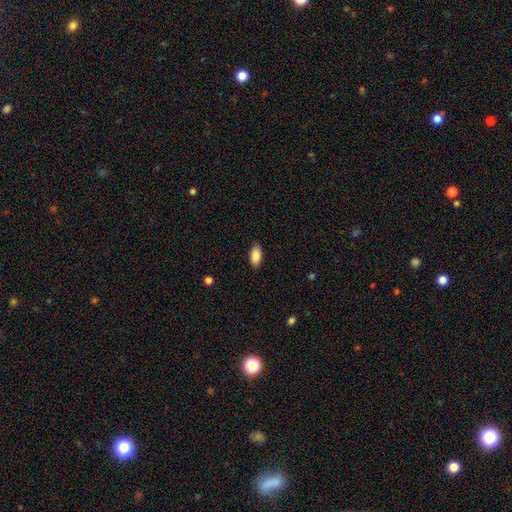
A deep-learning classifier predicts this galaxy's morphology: The model was most divided on "merging": none: 88%, minor disturbance: 9%, major disturbance: 2%, merger: 1%. More confident: how rounded — in between (91%); smooth or featured — smooth (87%).